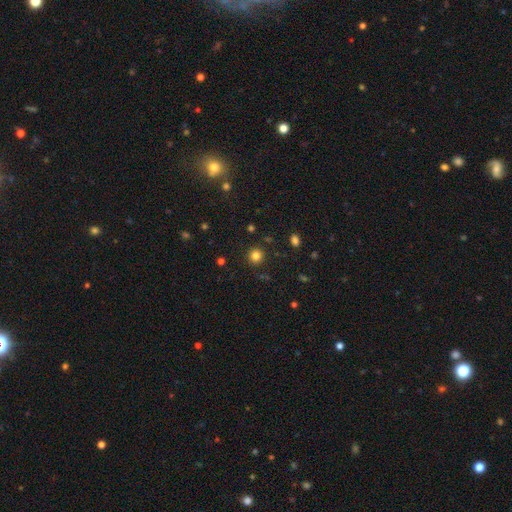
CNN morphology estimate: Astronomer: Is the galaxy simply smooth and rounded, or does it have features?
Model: smooth — 82%.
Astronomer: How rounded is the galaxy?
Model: round — 93%.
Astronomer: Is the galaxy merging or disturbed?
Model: none — 90%.